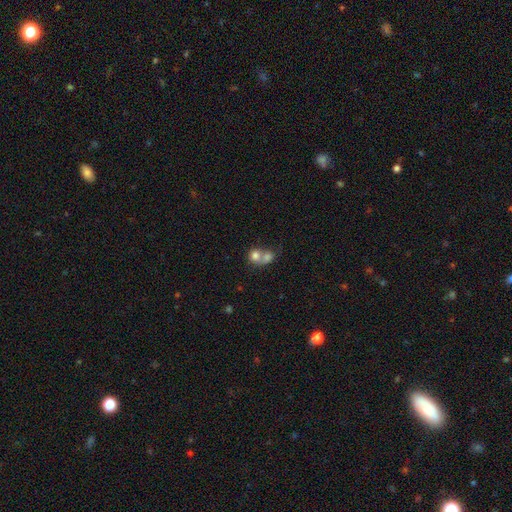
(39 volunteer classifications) A smooth galaxy with no disk features (74%) that is round (76%).

Vote fractions:
- Smooth or featured? smooth: 74% / featured or disk: 18% / star or artifact: 8%
- How rounded? round: 76% / in between: 24% / cigar-shaped: 0%
- Merging? merger: 75% / none: 14% / minor disturbance: 6% / major disturbance: 6%